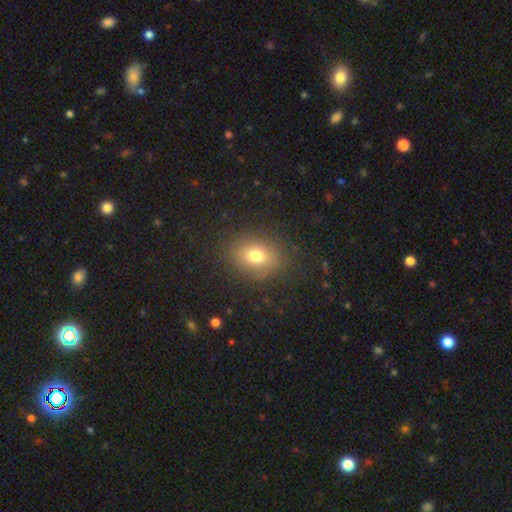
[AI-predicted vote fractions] Q: Smooth or featured?
A: smooth (73%); runner-up: star or artifact (15%)
Q: How rounded?
A: in between (52%); runner-up: round (47%)
Q: Merging?
A: none (83%); runner-up: minor disturbance (10%)